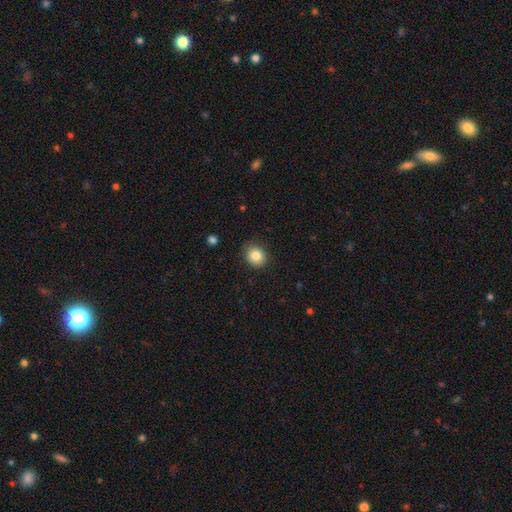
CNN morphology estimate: Smooth or featured? smooth (84%)
How rounded? round (73%)
Merging? none (86%)